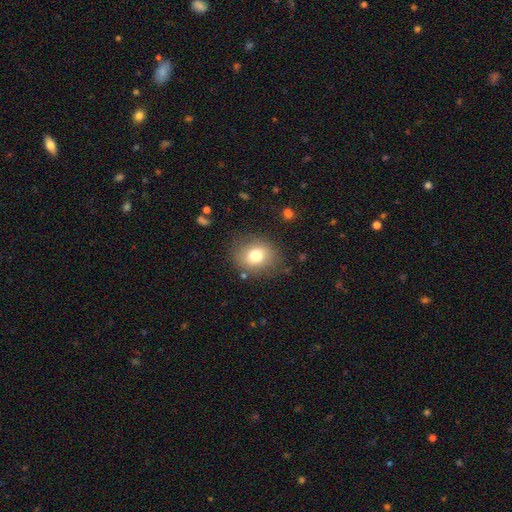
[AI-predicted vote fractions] Morphology: type=smooth (76%); roundness=round (62%); merging=none (81%).